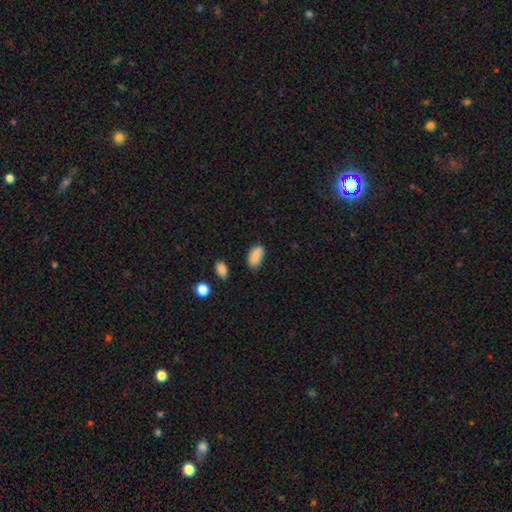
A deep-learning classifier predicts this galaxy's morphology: Smooth or featured?
  - smooth: 87% *
  - star or artifact: 8%
  - featured or disk: 5%
How rounded?
  - in between: 93% *
  - round: 4%
  - cigar-shaped: 3%
Merging?
  - none: 77% *
  - minor disturbance: 17%
  - major disturbance: 3%
  - merger: 2%